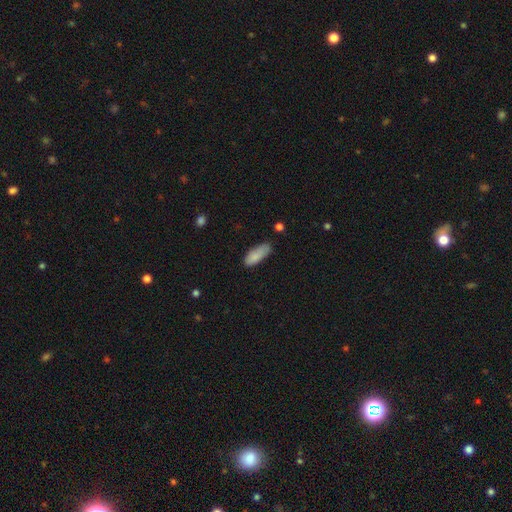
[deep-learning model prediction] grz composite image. It shows a smooth galaxy with no disk features (86%) that is in between round and cigar-shaped (74%). Merging: none (64%).